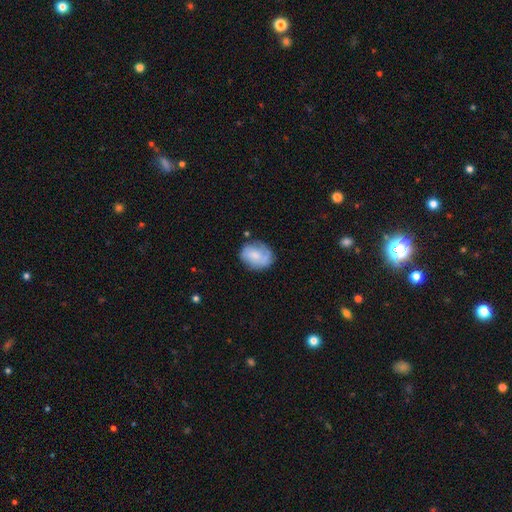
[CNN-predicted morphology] Smooth or featured: smooth — 53% (featured or disk — 40%)
How rounded: round — 50% (in between — 49%)
Merging: none — 63% (minor disturbance — 25%)